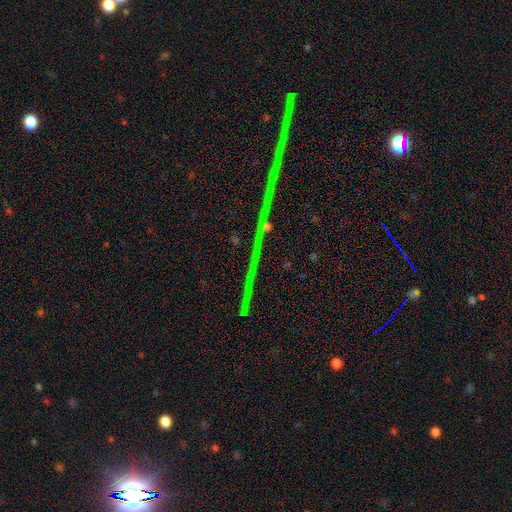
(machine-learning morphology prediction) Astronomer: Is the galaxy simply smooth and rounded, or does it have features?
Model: star or artifact — 75%.